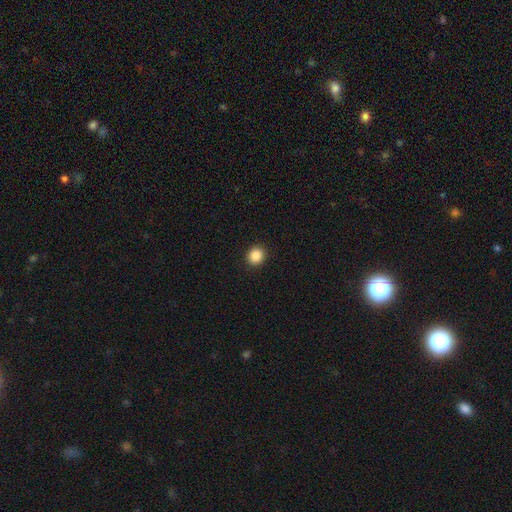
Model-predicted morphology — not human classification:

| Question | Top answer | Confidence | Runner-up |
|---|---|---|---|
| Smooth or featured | smooth | 87% | star or artifact (10%) |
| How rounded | round | 83% | in between (16%) |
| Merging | none | 92% | minor disturbance (5%) |